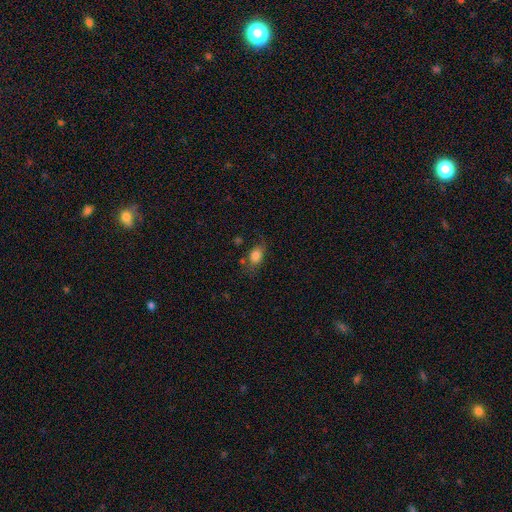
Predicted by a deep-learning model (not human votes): Q: Smooth or featured?
A: smooth (78%); runner-up: featured or disk (12%)
Q: How rounded?
A: in between (80%); runner-up: round (16%)
Q: Merging?
A: none (63%); runner-up: minor disturbance (23%)